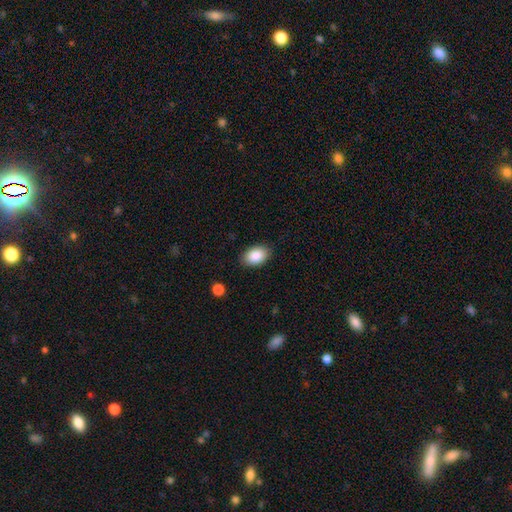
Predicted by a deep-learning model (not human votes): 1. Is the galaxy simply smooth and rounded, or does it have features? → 88% smooth, 7% star or artifact, 5% featured or disk.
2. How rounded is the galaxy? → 89% in between, 10% round, 1% cigar-shaped.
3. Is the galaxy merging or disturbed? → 86% none, 10% minor disturbance, 2% major disturbance, 1% merger.